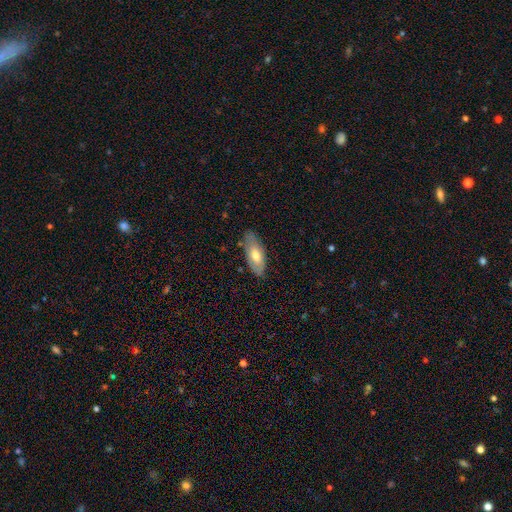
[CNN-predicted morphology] smooth_or_featured: smooth (p=0.60) [alt: featured or disk p=0.33]
how_rounded: in between (p=0.81) [alt: cigar-shaped p=0.17]
merging: none (p=0.79) [alt: minor disturbance p=0.17]